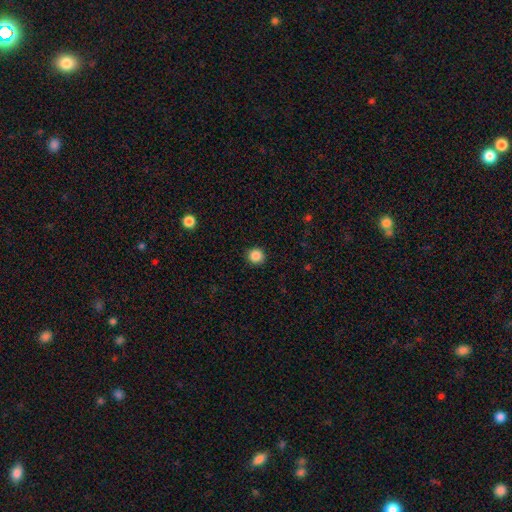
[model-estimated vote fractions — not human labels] A smooth galaxy with no disk features (87%) that is round (94%).

Vote fractions:
- Smooth or featured? smooth: 87% / star or artifact: 10% / featured or disk: 3%
- How rounded? round: 94% / in between: 5% / cigar-shaped: 1%
- Merging? none: 92% / minor disturbance: 5% / major disturbance: 2% / merger: 1%